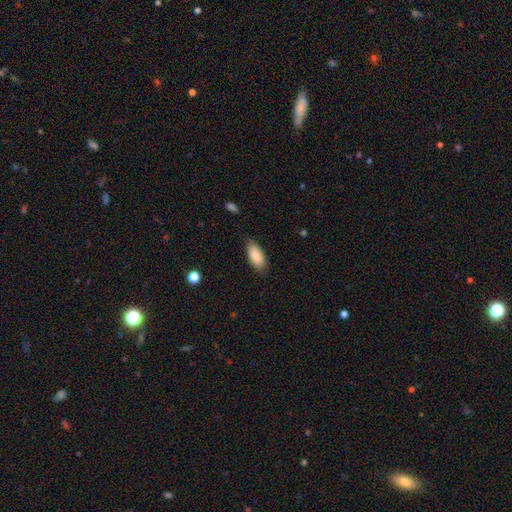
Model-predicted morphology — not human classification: The model was most divided on "merging": none: 81%, minor disturbance: 15%, major disturbance: 3%, merger: 1%. More confident: how rounded — in between (90%); smooth or featured — smooth (86%).